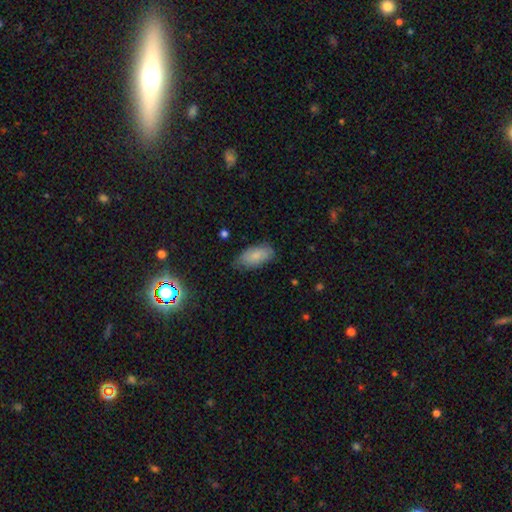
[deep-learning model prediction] This appears to be a smooth galaxy with no disk features (81%) that is in between round and cigar-shaped (92%). Merging: none (69%).